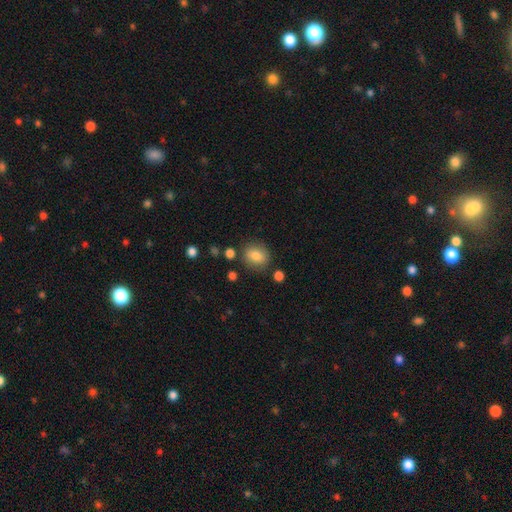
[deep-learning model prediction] Smooth or featured?
  - smooth: 80% *
  - featured or disk: 10%
  - star or artifact: 10%
How rounded?
  - round: 64% *
  - in between: 35%
  - cigar-shaped: 1%
Merging?
  - none: 81% *
  - minor disturbance: 12%
  - merger: 4%
  - major disturbance: 3%